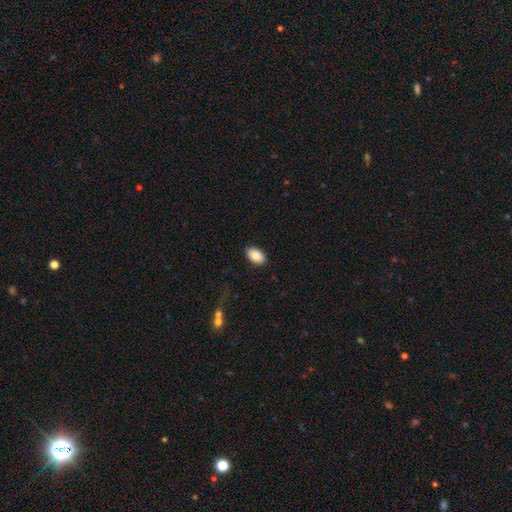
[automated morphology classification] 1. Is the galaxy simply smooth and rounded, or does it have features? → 87% smooth, 7% star or artifact, 6% featured or disk.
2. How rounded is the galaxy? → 92% in between, 6% round, 1% cigar-shaped.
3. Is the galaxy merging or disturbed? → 87% none, 9% minor disturbance, 2% major disturbance, 1% merger.